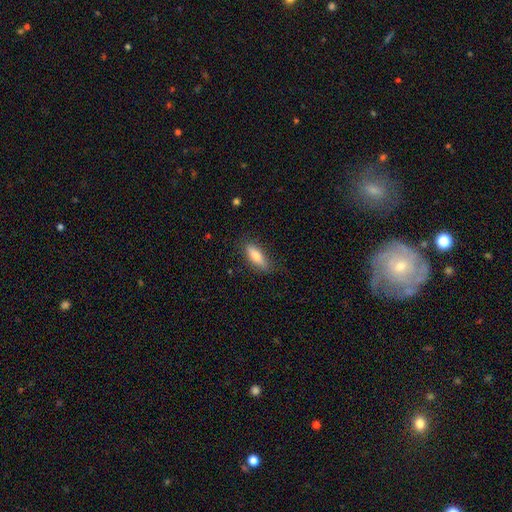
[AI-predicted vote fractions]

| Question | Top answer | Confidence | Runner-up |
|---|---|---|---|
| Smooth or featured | smooth | 75% | featured or disk (19%) |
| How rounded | in between | 51% | cigar-shaped (47%) |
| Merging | none | 81% | minor disturbance (15%) |